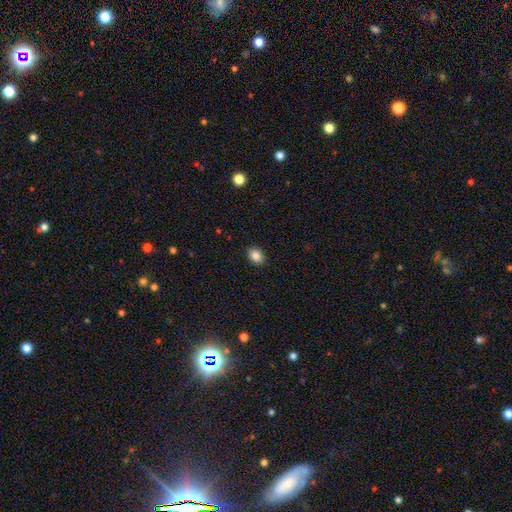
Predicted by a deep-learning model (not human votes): Overall: smooth (86%). How rounded: in between (51%; round 48%). Merging: none (90%).